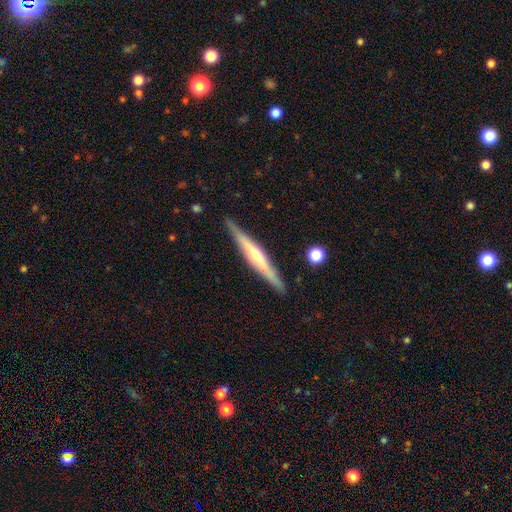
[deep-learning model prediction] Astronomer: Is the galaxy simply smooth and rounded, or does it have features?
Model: featured or disk — 70%.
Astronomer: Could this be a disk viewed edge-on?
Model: yes — 97%.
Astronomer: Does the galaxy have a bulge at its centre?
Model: rounded — 71%.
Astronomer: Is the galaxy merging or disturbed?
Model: none — 87%.